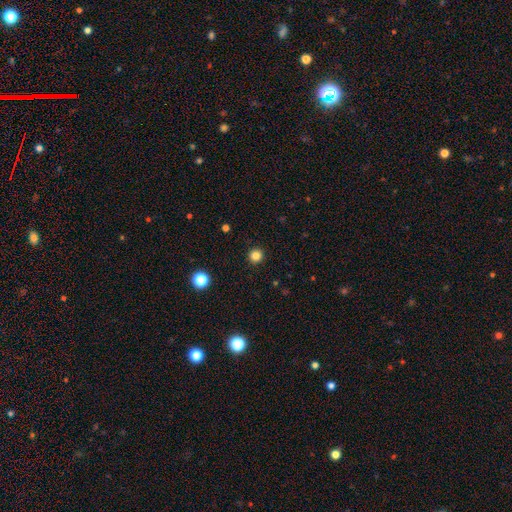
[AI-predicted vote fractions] Smooth or featured: smooth — 83% (star or artifact — 13%)
How rounded: round — 95% (in between — 4%)
Merging: none — 93% (minor disturbance — 4%)